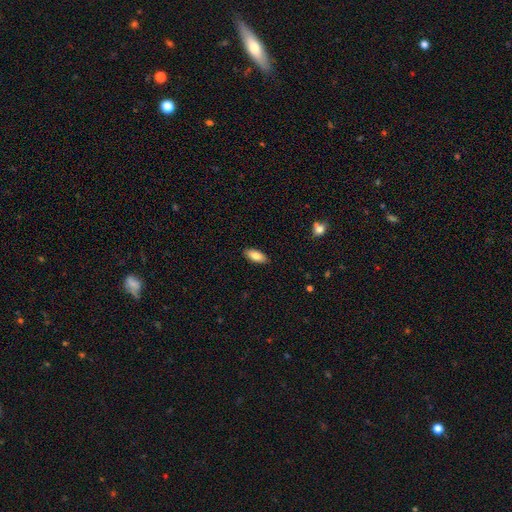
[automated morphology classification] Smooth or featured? smooth (83%)
How rounded? in between (87%)
Merging? none (89%)